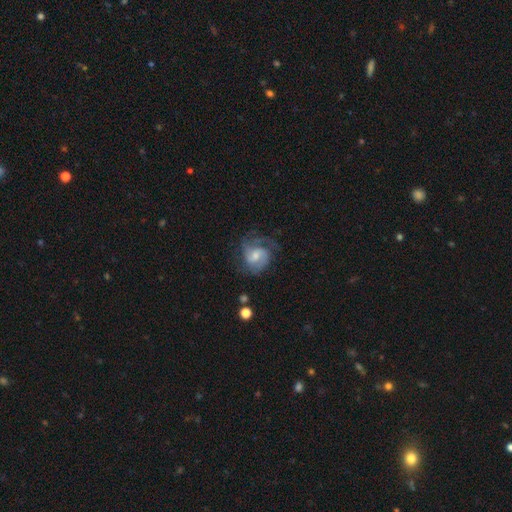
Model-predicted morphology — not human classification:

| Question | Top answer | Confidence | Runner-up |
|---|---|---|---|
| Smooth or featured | featured or disk | 82% | smooth (12%) |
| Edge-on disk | no | 98% | yes (2%) |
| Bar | weak | 54% | no (34%) |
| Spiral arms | yes | 95% | no (5%) |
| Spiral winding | medium | 51% | tight (31%) |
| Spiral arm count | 2 | 49% | 3 (24%) |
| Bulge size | moderate | 45% | small (43%) |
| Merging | none | 60% | minor disturbance (21%) |